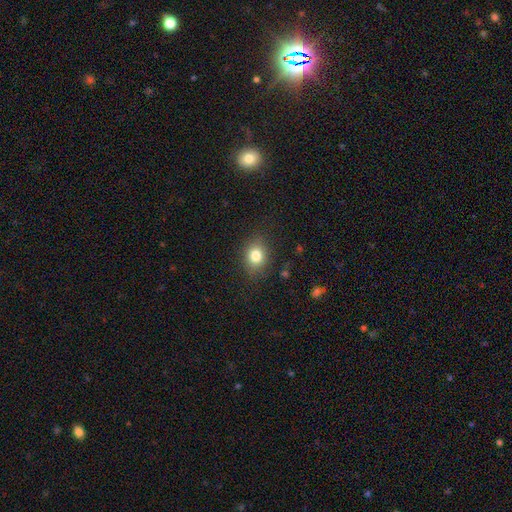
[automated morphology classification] This is clearly a smooth galaxy (81%). How rounded: possibly round (52%). Merging: clearly none (83%).